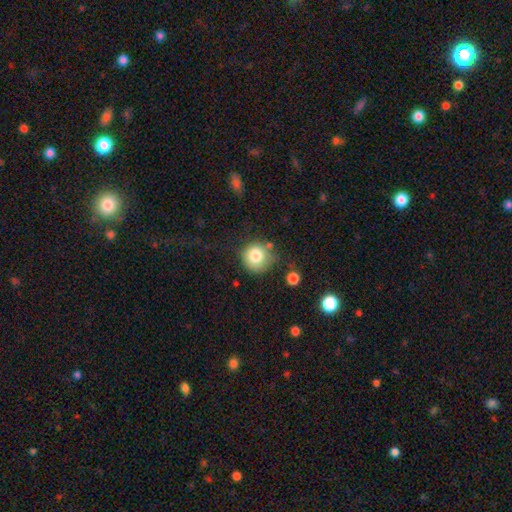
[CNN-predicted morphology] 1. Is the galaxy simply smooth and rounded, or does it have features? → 80% smooth, 10% star or artifact, 10% featured or disk.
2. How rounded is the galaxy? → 91% round, 8% in between, 1% cigar-shaped.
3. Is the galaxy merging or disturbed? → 65% none, 22% minor disturbance, 7% major disturbance, 6% merger.